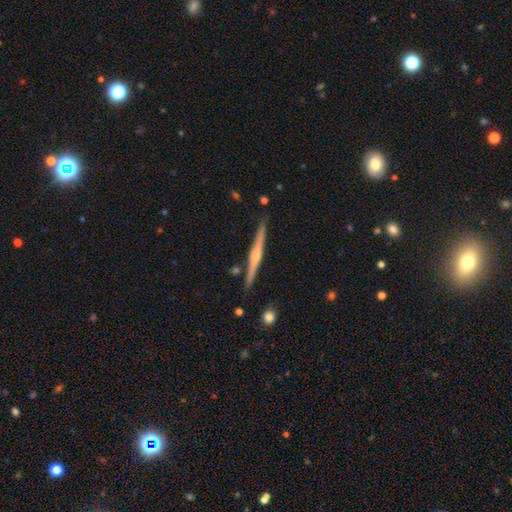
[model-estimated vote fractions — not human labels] smooth-or-featured: featured or disk: 69% | smooth: 26% | star or artifact: 6%
  disk-edge-on: yes: 98% | no: 2%
    edge-on-bulge: rounded: 61% | none: 24% | boxy: 15%
  merging: none: 88% | minor disturbance: 8% | merger: 2% | major disturbance: 2%